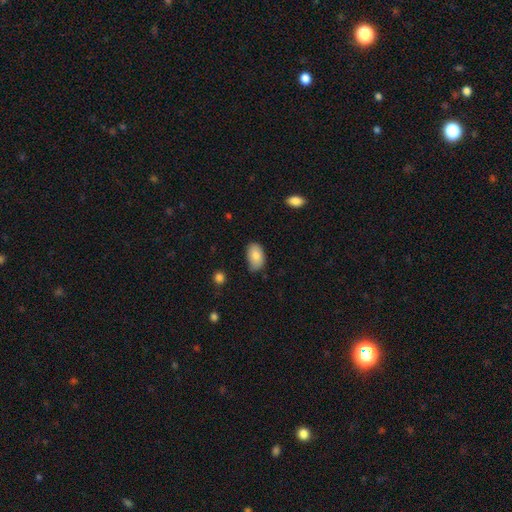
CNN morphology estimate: A smooth galaxy with no disk features (83%) that is in between round and cigar-shaped (92%).

Vote fractions:
- Smooth or featured? smooth: 83% / featured or disk: 10% / star or artifact: 7%
- How rounded? in between: 92% / round: 7% / cigar-shaped: 1%
- Merging? none: 63% / minor disturbance: 31% / major disturbance: 5% / merger: 2%